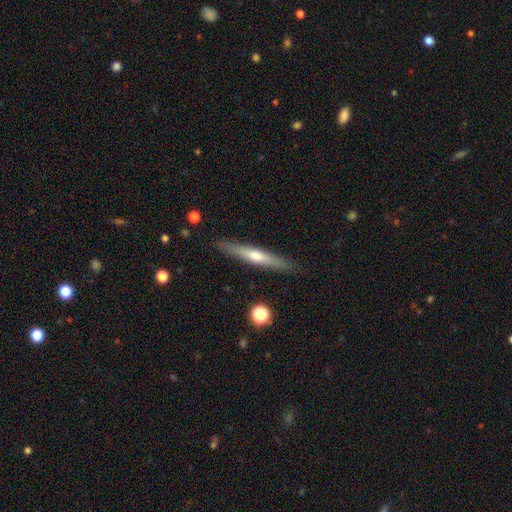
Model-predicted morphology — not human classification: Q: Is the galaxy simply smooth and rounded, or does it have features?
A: featured or disk — 55%.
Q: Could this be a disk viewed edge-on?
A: yes — 95%.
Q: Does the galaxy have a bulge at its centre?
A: rounded — 77%.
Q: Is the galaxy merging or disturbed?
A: none — 89%.